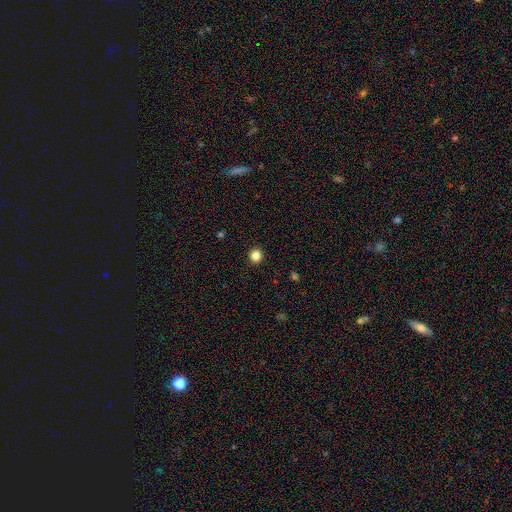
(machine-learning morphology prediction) Smooth or featured: smooth — 85% (star or artifact — 11%)
How rounded: round — 91% (in between — 8%)
Merging: none — 93% (minor disturbance — 5%)